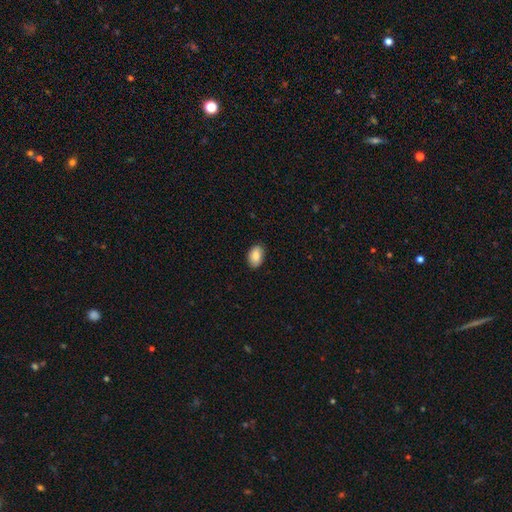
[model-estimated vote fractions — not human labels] This appears to be a smooth galaxy with no disk features (87%) that is in between round and cigar-shaped (87%). Merging: none (88%).